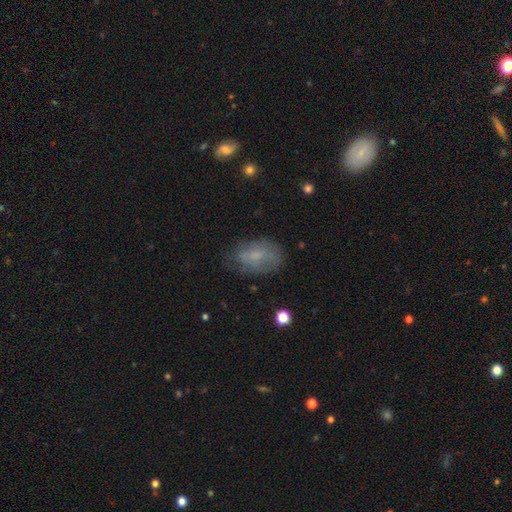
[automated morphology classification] Smooth or featured?
  - smooth: 61% *
  - featured or disk: 29%
  - star or artifact: 10%
How rounded?
  - in between: 86% *
  - round: 12%
  - cigar-shaped: 2%
Merging?
  - none: 62% *
  - minor disturbance: 25%
  - major disturbance: 11%
  - merger: 2%